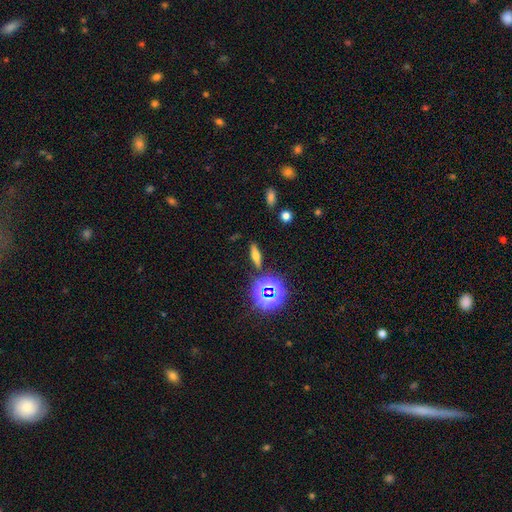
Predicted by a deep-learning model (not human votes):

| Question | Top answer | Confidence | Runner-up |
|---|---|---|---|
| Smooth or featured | smooth | 44% | featured or disk (33%) |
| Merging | none | 87% | minor disturbance (8%) |